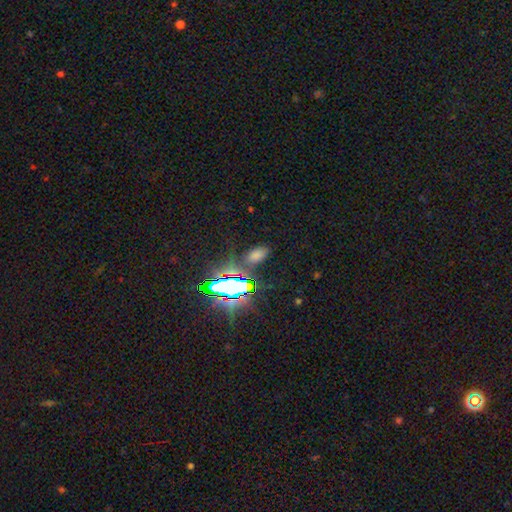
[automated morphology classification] Smooth or featured?
  - star or artifact: 48% *
  - smooth: 42%
  - featured or disk: 10%